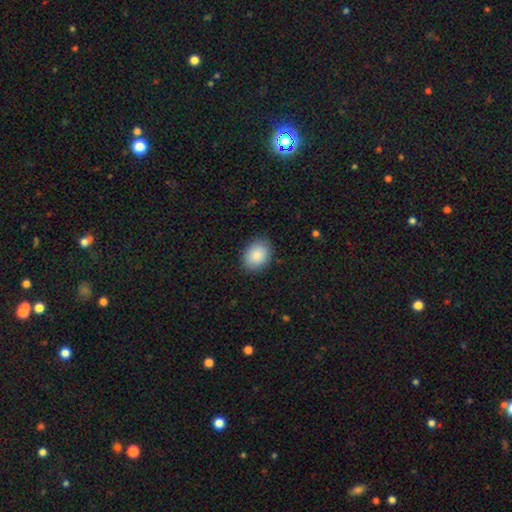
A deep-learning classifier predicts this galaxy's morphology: smooth-or-featured: smooth: 89% | star or artifact: 7% | featured or disk: 5%
  how-rounded: in between: 66% | round: 33% | cigar-shaped: 1%
  merging: none: 88% | minor disturbance: 9% | major disturbance: 2% | merger: 1%